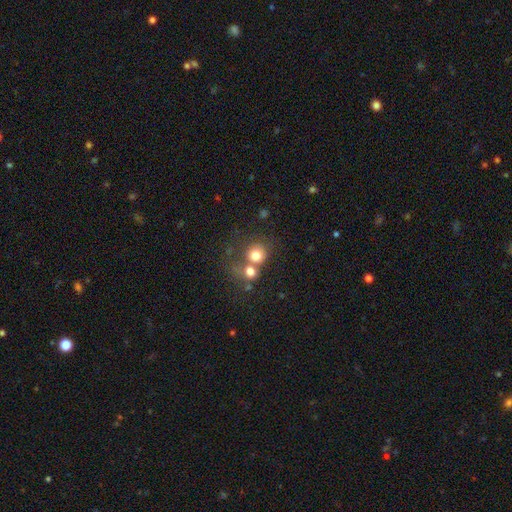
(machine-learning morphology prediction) smooth 76%, featured or disk 13%, star or artifact 12%. Down the decision tree: how rounded — round (83%); merging — merger (46%).